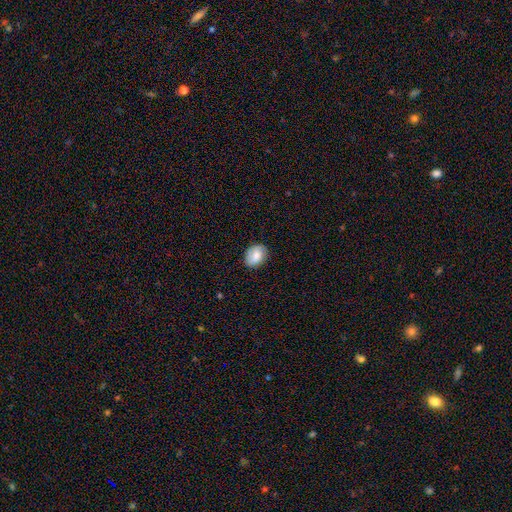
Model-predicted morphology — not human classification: Smooth or featured? Predicted: smooth (p=0.78). How rounded? Predicted: in between (p=0.71). Merging? Predicted: none (p=0.81).